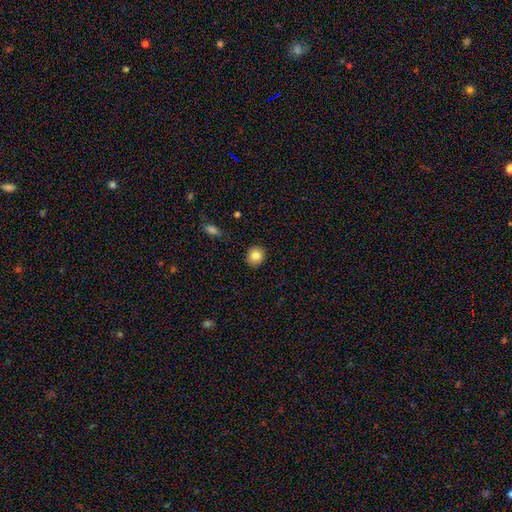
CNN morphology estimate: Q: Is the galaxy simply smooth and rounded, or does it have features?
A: smooth — 84%.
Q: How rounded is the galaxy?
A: round — 83%.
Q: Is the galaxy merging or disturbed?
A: none — 90%.